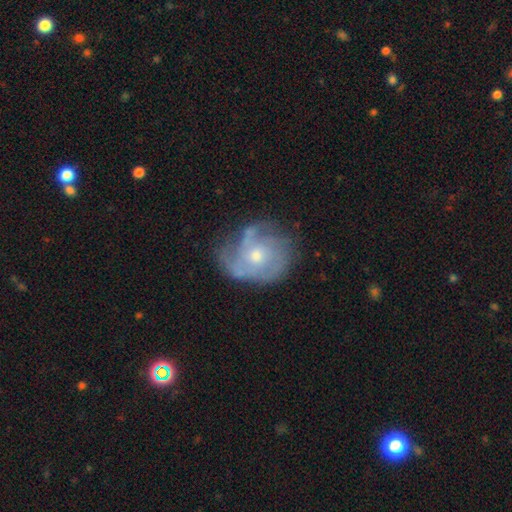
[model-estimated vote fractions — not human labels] Q: Smooth or featured?
A: featured or disk (76%); runner-up: smooth (17%)
Q: Edge-on disk?
A: no (98%); runner-up: yes (2%)
Q: Bar?
A: no (79%); runner-up: weak (18%)
Q: Spiral arms?
A: yes (83%); runner-up: no (17%)
Q: Spiral winding?
A: tight (49%); runner-up: medium (36%)
Q: Spiral arm count?
A: can't tell (36%); runner-up: 3 (26%)
Q: Bulge size?
A: moderate (48%); runner-up: small (47%)
Q: Merging?
A: none (53%); runner-up: minor disturbance (27%)